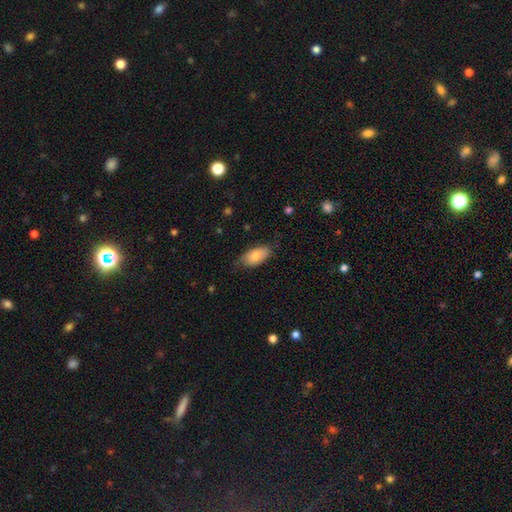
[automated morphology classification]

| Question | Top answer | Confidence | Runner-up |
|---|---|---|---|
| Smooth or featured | smooth | 76% | featured or disk (18%) |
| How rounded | in between | 93% | cigar-shaped (4%) |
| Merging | none | 62% | minor disturbance (30%) |